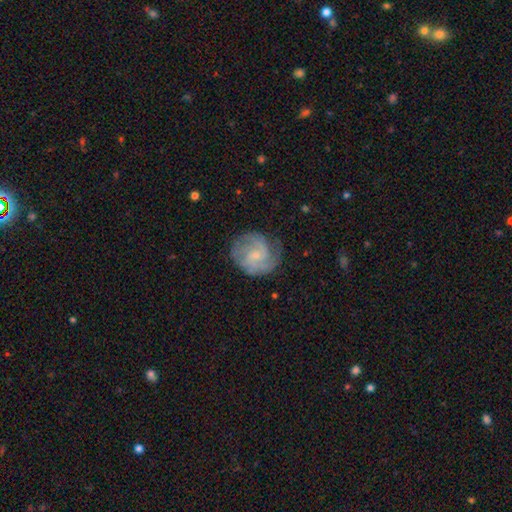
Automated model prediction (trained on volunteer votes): The model was most divided on "spiral winding": medium: 45%, tight: 43%, loose: 12%. Remaining: edge-on disk — no (98%); spiral arms — yes (95%); smooth or featured — featured or disk (79%); bulge size — small (74%); merging — none (73%); bar — no (60%); spiral arm count — 2 (41%).